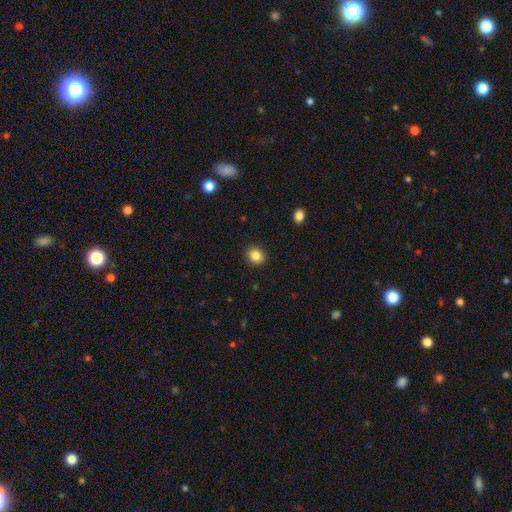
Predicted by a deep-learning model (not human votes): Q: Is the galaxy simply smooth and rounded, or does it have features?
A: smooth — 85%.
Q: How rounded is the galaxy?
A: round — 71%.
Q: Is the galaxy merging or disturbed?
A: none — 91%.